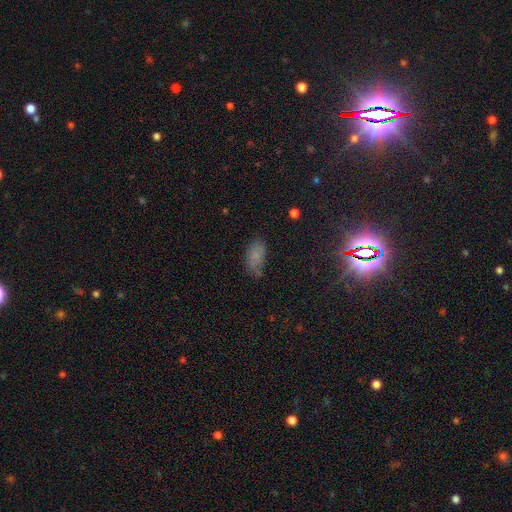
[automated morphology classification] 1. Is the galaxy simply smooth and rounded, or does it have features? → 72% smooth, 16% star or artifact, 12% featured or disk.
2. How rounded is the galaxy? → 92% in between, 4% round, 4% cigar-shaped.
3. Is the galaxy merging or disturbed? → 62% none, 27% minor disturbance, 8% major disturbance, 3% merger.